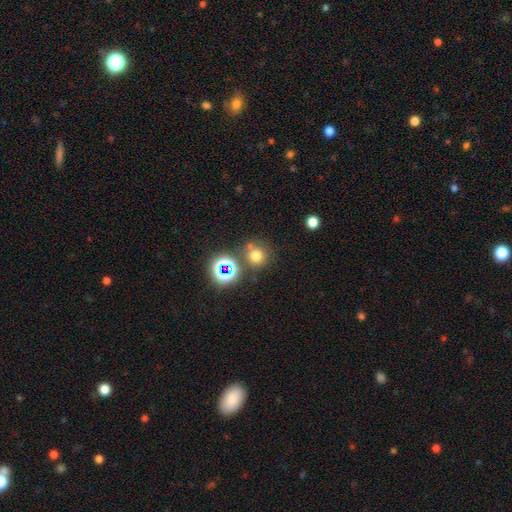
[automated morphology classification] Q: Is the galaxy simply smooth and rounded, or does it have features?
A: smooth — 68%.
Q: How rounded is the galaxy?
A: round — 91%.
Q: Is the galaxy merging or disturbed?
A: none — 70%.